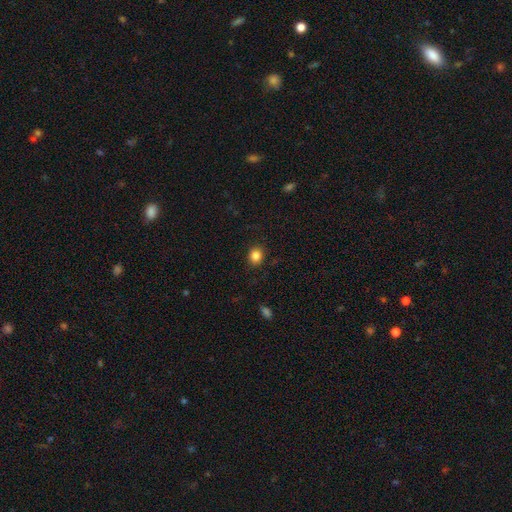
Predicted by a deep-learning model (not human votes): Smooth or featured?
  - smooth: 85% *
  - star or artifact: 10%
  - featured or disk: 4%
How rounded?
  - round: 73% *
  - in between: 26%
  - cigar-shaped: 1%
Merging?
  - none: 89% *
  - minor disturbance: 8%
  - major disturbance: 2%
  - merger: 1%